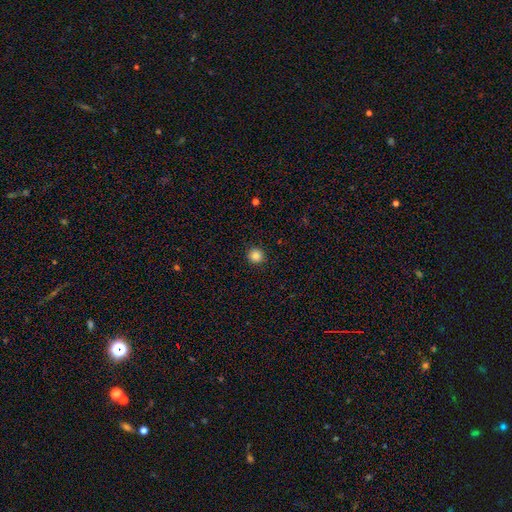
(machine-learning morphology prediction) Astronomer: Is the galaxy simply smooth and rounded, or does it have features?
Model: smooth — 84%.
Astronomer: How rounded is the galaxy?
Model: round — 93%.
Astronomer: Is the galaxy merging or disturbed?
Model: none — 92%.